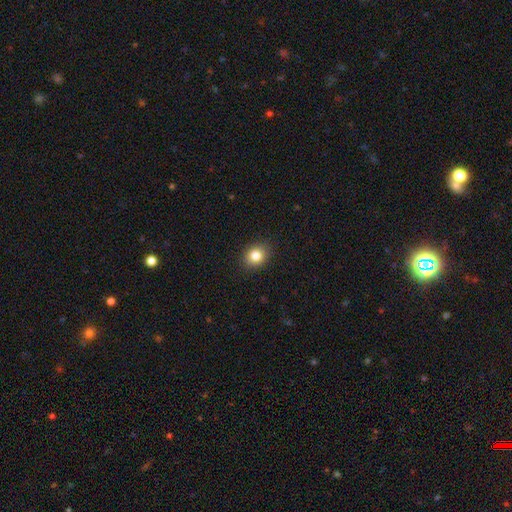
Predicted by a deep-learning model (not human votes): The model was most divided on "how rounded": round: 56%, in between: 43%, cigar-shaped: 1%. More confident: merging — none (89%); smooth or featured — smooth (83%).